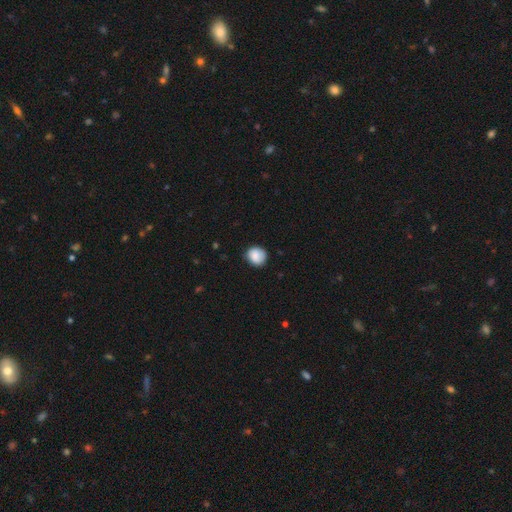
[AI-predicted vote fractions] Smooth or featured?
  - smooth: 87% *
  - star or artifact: 8%
  - featured or disk: 5%
How rounded?
  - round: 84% *
  - in between: 16%
  - cigar-shaped: 1%
Merging?
  - none: 81% *
  - minor disturbance: 15%
  - major disturbance: 3%
  - merger: 1%